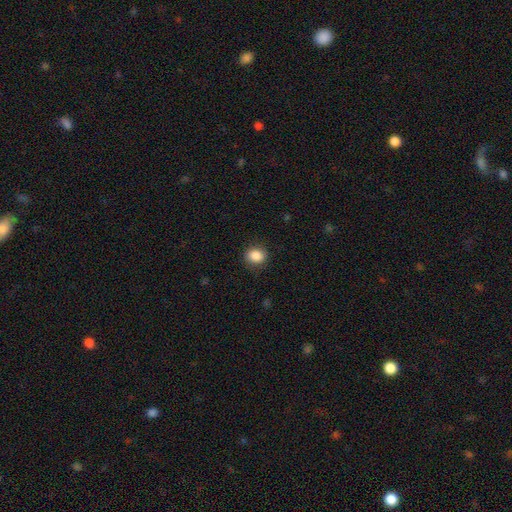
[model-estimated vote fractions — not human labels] smooth-or-featured: smooth: 87% | star or artifact: 9% | featured or disk: 4%
  how-rounded: round: 66% | in between: 34% | cigar-shaped: 1%
  merging: none: 87% | minor disturbance: 10% | major disturbance: 3% | merger: 1%